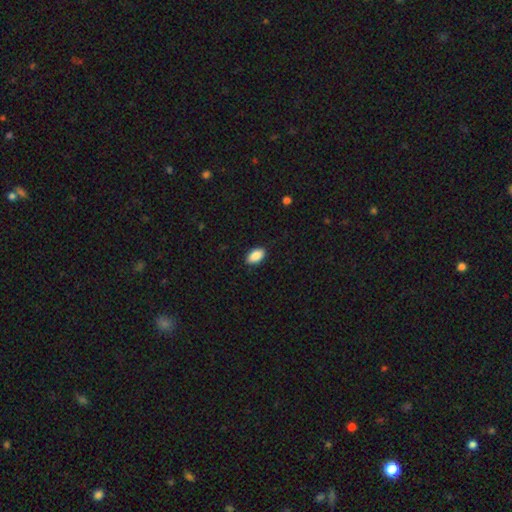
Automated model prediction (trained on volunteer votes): This is clearly a smooth galaxy (89%). How rounded: clearly in between (93%). Merging: clearly none (88%).